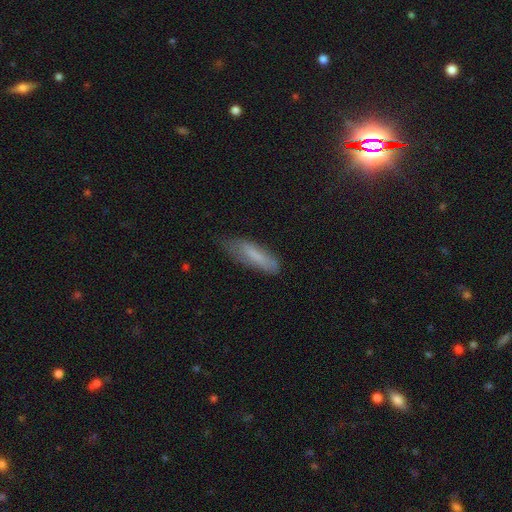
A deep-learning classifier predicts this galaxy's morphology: Q: Smooth or featured?
A: smooth (69%); runner-up: featured or disk (22%)
Q: How rounded?
A: cigar-shaped (66%); runner-up: in between (33%)
Q: Merging?
A: none (58%); runner-up: minor disturbance (31%)